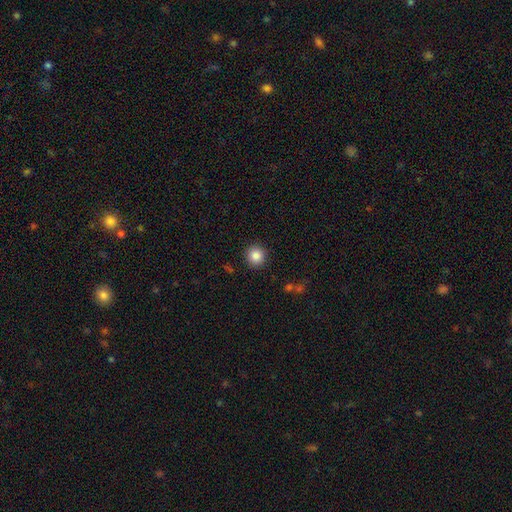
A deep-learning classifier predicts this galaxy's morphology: Smooth or featured: smooth — 86% (star or artifact — 9%)
How rounded: round — 94% (in between — 5%)
Merging: none — 91% (minor disturbance — 6%)